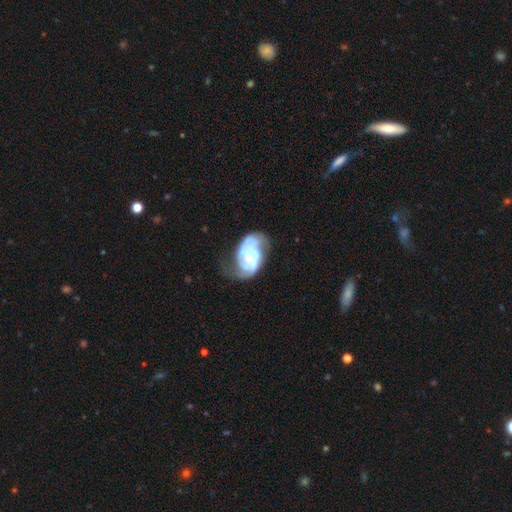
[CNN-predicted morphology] This is likely a featured or disk galaxy (75%). It is clearly not viewed edge-on (97%). Bar: likely no (67%). Spiral arm pattern: clearly yes (82%). Spiral arm count: possibly 2 (59%). Spiral winding: marginally medium (41%). Central bulge: possibly small (46%). Merging: marginally none (34%).